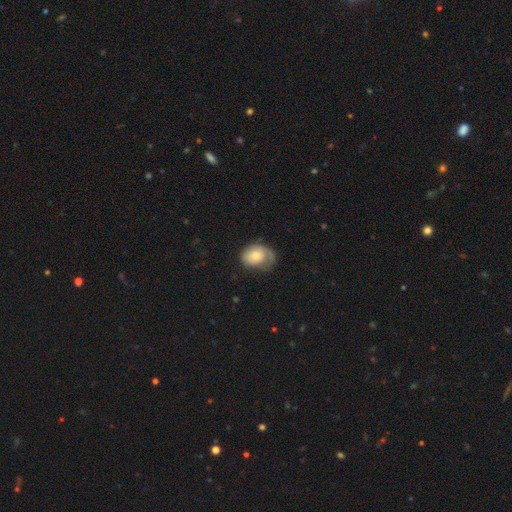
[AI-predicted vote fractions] Smooth or featured?
  - smooth: 65% *
  - featured or disk: 29%
  - star or artifact: 7%
How rounded?
  - in between: 65% *
  - round: 35%
  - cigar-shaped: 1%
Merging?
  - none: 43% *
  - minor disturbance: 32%
  - major disturbance: 23%
  - merger: 2%